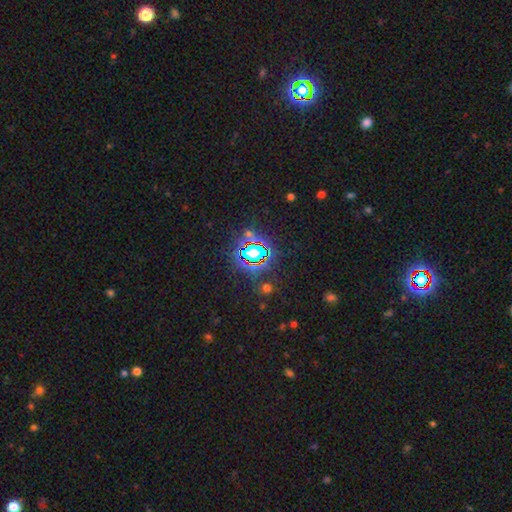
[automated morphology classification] A star or artifact, not a galaxy (80%).

Vote fractions:
- Smooth or featured? star or artifact: 80% / smooth: 13% / featured or disk: 7%